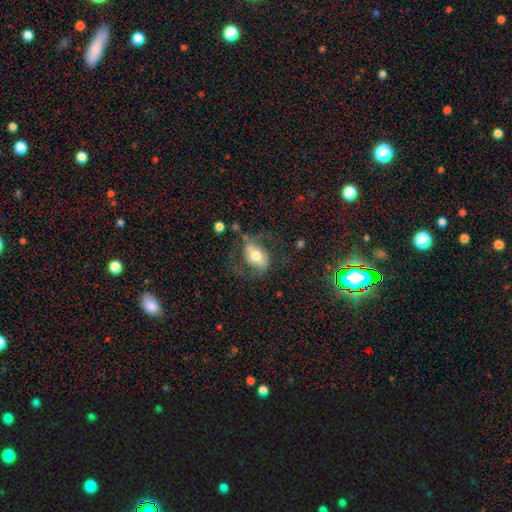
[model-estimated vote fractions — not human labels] Smooth or featured: featured or disk — 54% (smooth — 38%)
Edge-on disk: no — 94% (yes — 6%)
Bar: no — 36% (weak — 35%)
Spiral arms: yes — 74% (no — 26%)
Bulge size: moderate — 64% (large — 24%)
Merging: none — 54% (major disturbance — 22%)